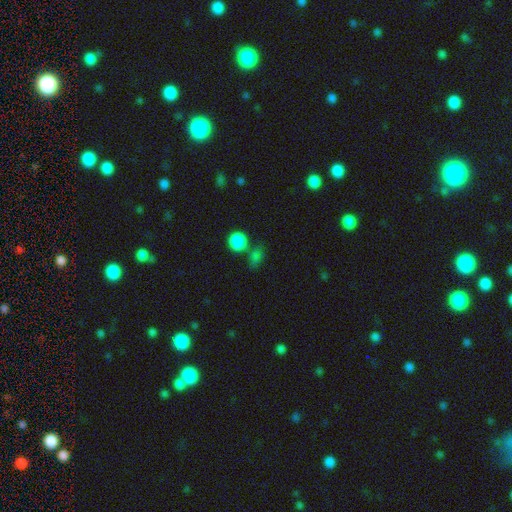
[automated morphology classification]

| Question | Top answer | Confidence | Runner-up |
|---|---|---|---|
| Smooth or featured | smooth | 77% | star or artifact (16%) |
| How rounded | round | 59% | in between (37%) |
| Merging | none | 59% | merger (19%) |